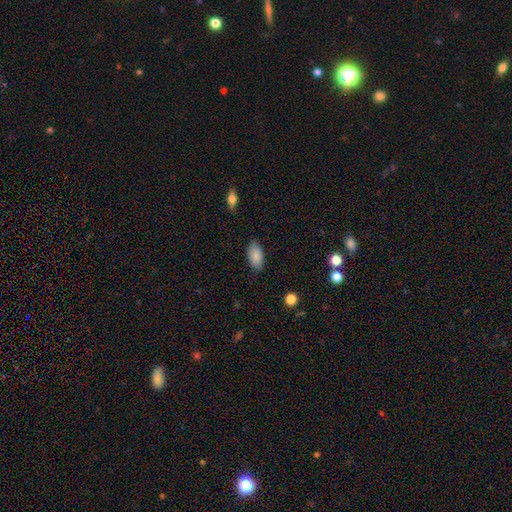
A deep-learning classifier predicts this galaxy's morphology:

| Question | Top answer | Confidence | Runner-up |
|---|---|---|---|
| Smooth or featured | smooth | 87% | star or artifact (7%) |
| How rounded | in between | 94% | round (3%) |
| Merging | none | 86% | minor disturbance (10%) |